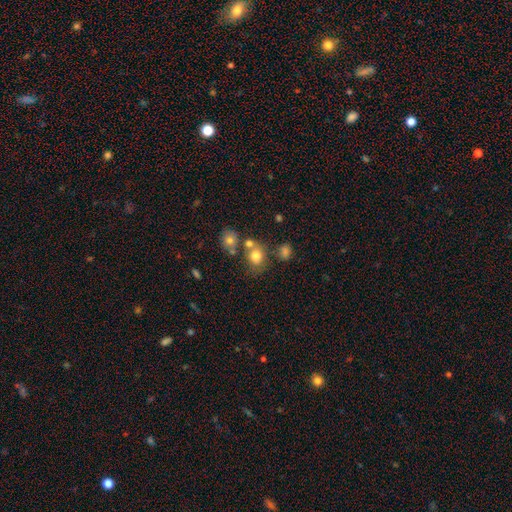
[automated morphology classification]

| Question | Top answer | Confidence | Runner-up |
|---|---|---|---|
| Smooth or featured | smooth | 76% | star or artifact (13%) |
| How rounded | round | 65% | in between (34%) |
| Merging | none | 55% | merger (25%) |